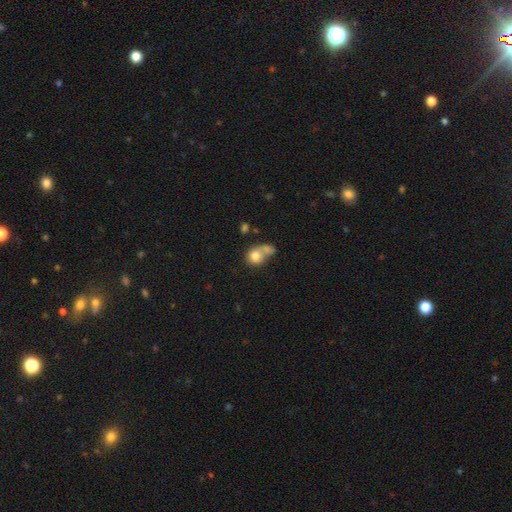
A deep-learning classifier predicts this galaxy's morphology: smooth 75%, featured or disk 16%, star or artifact 9%. Down the decision tree: how rounded — round (63%); merging — merger (54%).